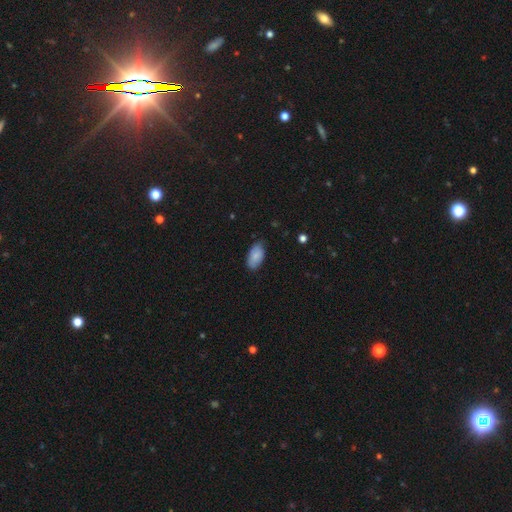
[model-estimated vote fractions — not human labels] Overall: smooth (83%). How rounded: in between (94%). Merging: none (74%).